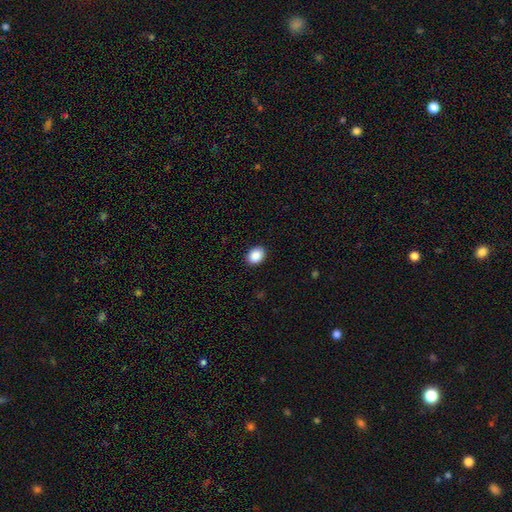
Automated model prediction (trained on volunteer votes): A smooth galaxy with no disk features (90%) that is in between round and cigar-shaped (62%).

Vote fractions:
- Smooth or featured? smooth: 90% / star or artifact: 8% / featured or disk: 3%
- How rounded? in between: 62% / round: 37% / cigar-shaped: 1%
- Merging? none: 91% / minor disturbance: 7% / major disturbance: 2% / merger: 1%